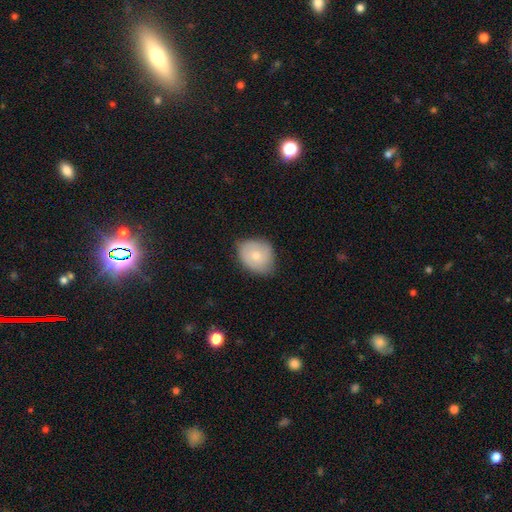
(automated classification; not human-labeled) A smooth galaxy with no disk features (66%) that is round (50%). Merging: none (63%).